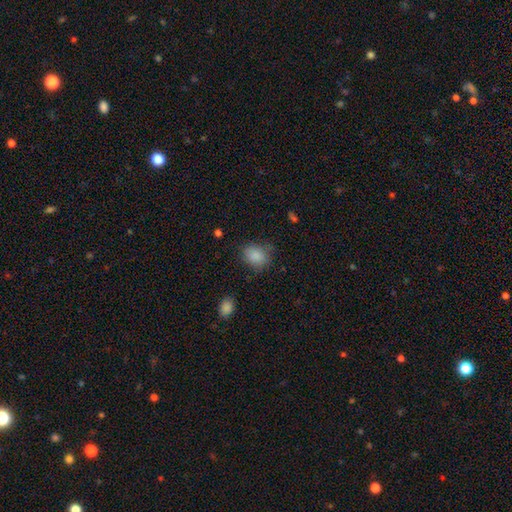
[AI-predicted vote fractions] Smooth or featured: smooth — 87% (star or artifact — 9%)
How rounded: in between — 51% (round — 48%)
Merging: none — 71% (minor disturbance — 21%)